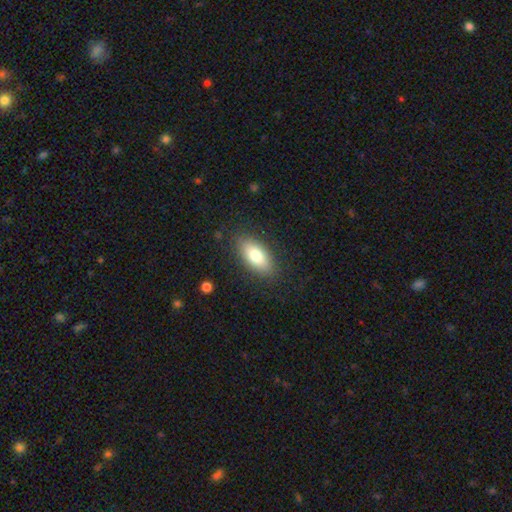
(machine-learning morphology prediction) Smooth or featured?
  - smooth: 79% *
  - featured or disk: 14%
  - star or artifact: 7%
How rounded?
  - in between: 88% *
  - cigar-shaped: 9%
  - round: 3%
Merging?
  - none: 84% *
  - minor disturbance: 11%
  - major disturbance: 3%
  - merger: 1%